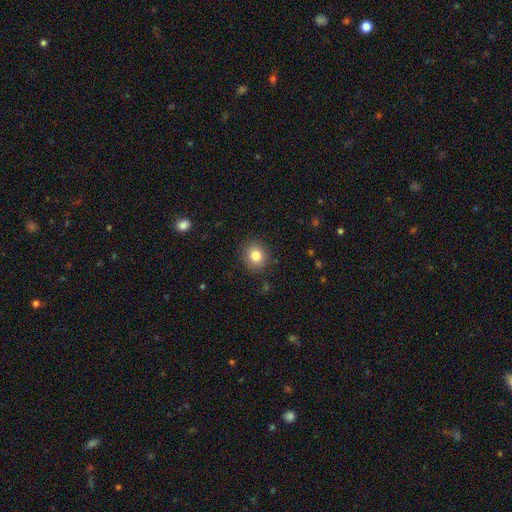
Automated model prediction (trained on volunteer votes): A smooth galaxy with no disk features (82%) that is round (84%).

Vote fractions:
- Smooth or featured? smooth: 82% / star or artifact: 10% / featured or disk: 7%
- How rounded? round: 84% / in between: 15% / cigar-shaped: 1%
- Merging? none: 88% / minor disturbance: 8% / major disturbance: 3% / merger: 1%